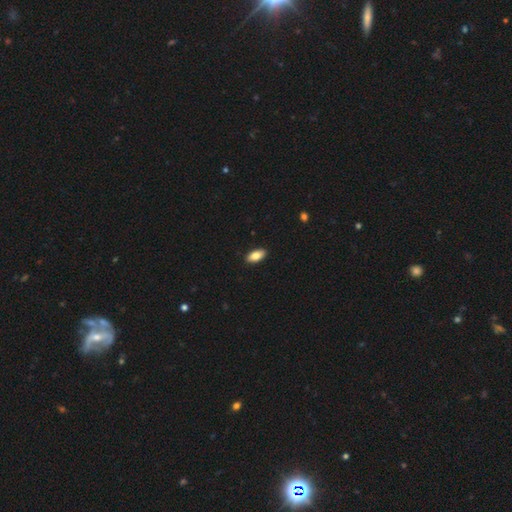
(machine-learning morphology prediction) This appears to be a smooth galaxy with no disk features (83%) that is in between round and cigar-shaped (91%). Merging: none (91%).